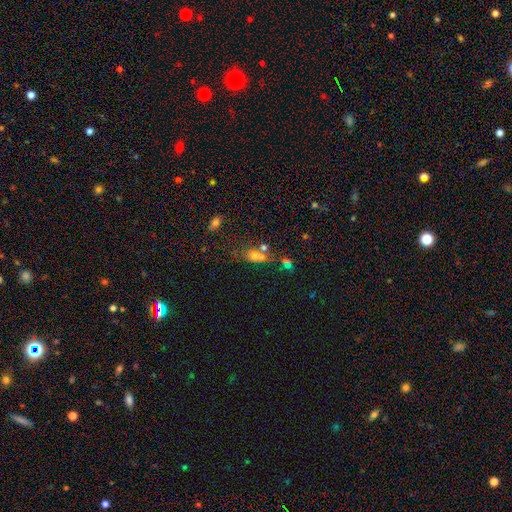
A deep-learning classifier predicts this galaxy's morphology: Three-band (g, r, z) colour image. It shows a smooth galaxy with no disk features (50%). Merging: none (40%).